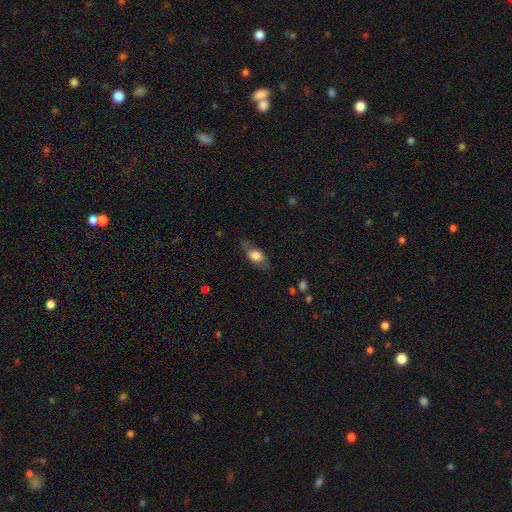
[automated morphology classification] A smooth galaxy with no disk features (63%) that is in between round and cigar-shaped (76%).

Vote fractions:
- Smooth or featured? smooth: 63% / featured or disk: 29% / star or artifact: 7%
- How rounded? in between: 76% / cigar-shaped: 15% / round: 10%
- Merging? none: 70% / minor disturbance: 21% / major disturbance: 7% / merger: 1%